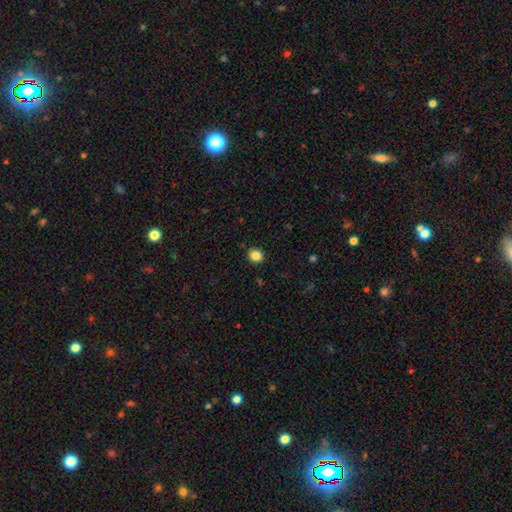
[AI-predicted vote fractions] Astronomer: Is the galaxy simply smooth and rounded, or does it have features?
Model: smooth — 85%.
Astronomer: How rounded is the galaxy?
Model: round — 77%.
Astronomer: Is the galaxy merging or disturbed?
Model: none — 91%.